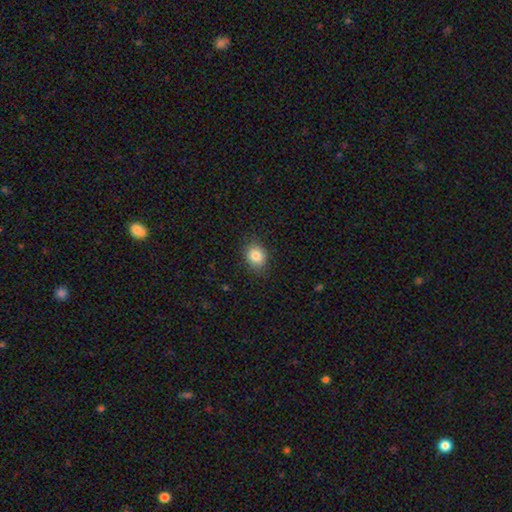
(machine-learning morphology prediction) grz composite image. It shows a smooth galaxy with no disk features (83%) that is round (55%). Merging: none (86%).